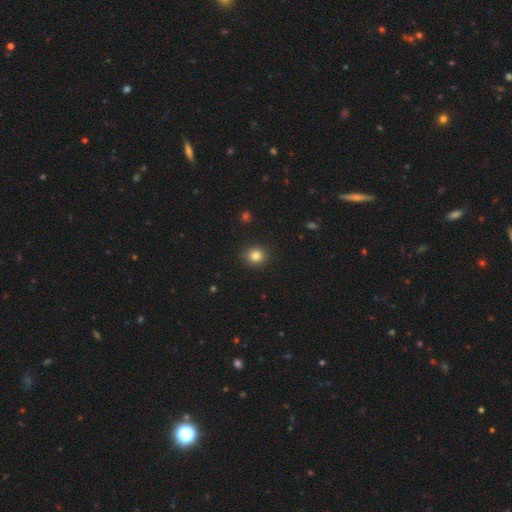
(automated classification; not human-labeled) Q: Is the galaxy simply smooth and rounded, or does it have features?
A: smooth — 83%.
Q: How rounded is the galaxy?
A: round — 85%.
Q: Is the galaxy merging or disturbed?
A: none — 90%.